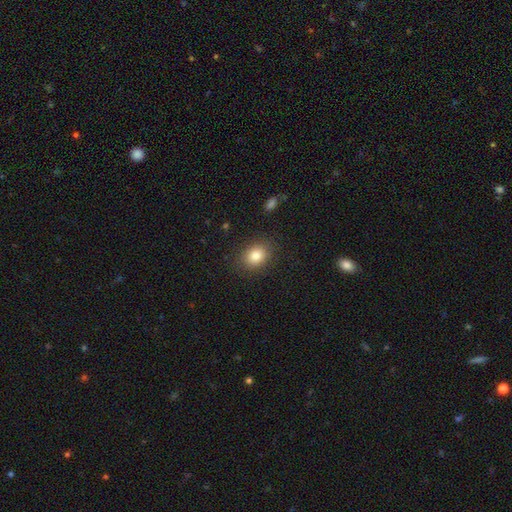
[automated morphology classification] smooth 83%, star or artifact 9%, featured or disk 7%. Down the decision tree: how rounded — in between (54%); merging — none (86%).